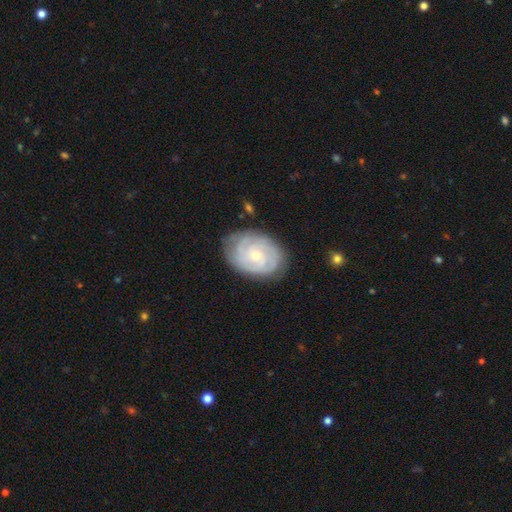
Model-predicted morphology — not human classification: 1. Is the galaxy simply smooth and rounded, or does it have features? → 82% featured or disk, 13% smooth, 5% star or artifact.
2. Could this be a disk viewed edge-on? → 97% no, 3% yes.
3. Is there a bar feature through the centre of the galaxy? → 74% no, 22% weak, 4% strong.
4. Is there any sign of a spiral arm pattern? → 95% yes, 5% no.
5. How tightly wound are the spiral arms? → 76% tight, 20% medium, 4% loose.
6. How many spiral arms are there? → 32% can't tell, 23% 3, 19% 2, 15% 4, 6% more than 4, 5% 1.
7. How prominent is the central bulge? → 62% small, 36% moderate, 1% large, 1% none, 1% dominant.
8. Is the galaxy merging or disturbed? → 79% none, 16% minor disturbance, 4% major disturbance, 1% merger.